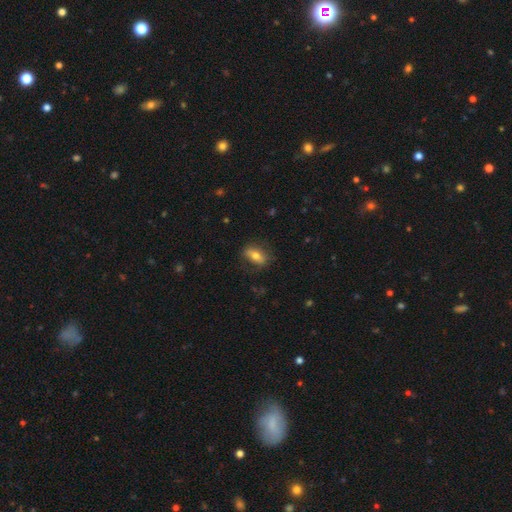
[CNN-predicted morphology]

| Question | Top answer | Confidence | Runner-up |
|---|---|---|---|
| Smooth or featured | smooth | 62% | featured or disk (30%) |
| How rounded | in between | 76% | cigar-shaped (15%) |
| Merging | none | 76% | minor disturbance (16%) |